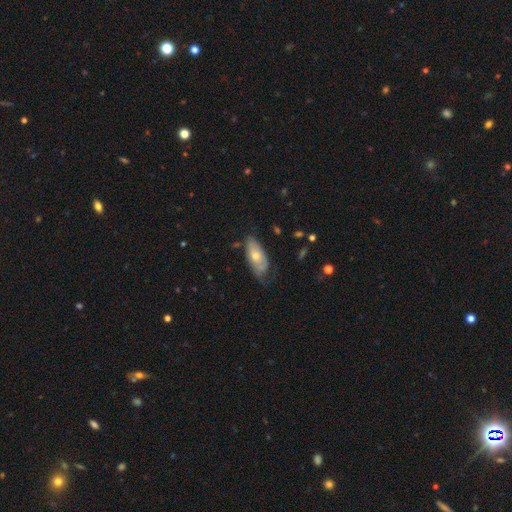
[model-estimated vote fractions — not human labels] Overall: smooth (49%; featured or disk 44%). Merging: none (53%; minor disturbance 34%).